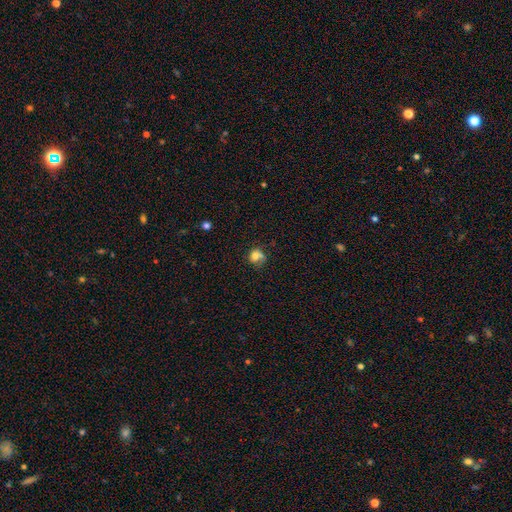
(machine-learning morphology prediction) Q: Smooth or featured?
A: smooth (73%); runner-up: featured or disk (15%)
Q: How rounded?
A: round (72%); runner-up: in between (27%)
Q: Merging?
A: none (45%); runner-up: minor disturbance (24%)